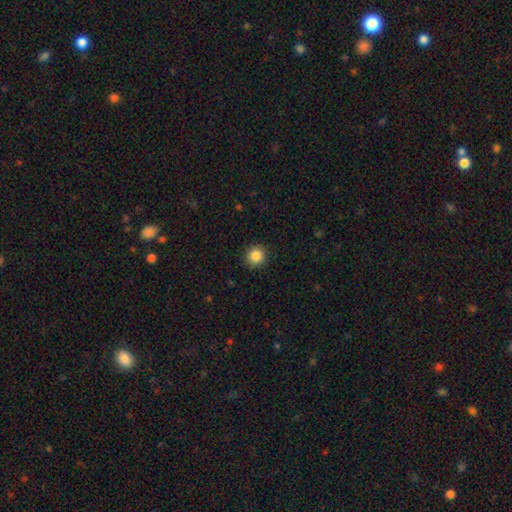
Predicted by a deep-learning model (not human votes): Smooth or featured: smooth — 86% (star or artifact — 10%)
How rounded: round — 92% (in between — 7%)
Merging: none — 92% (minor disturbance — 6%)